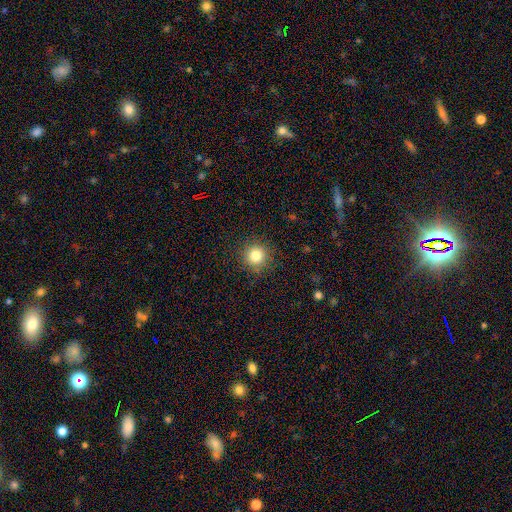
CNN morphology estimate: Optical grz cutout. It shows a smooth galaxy with no disk features (82%) that is round (95%). Merging: none (90%).